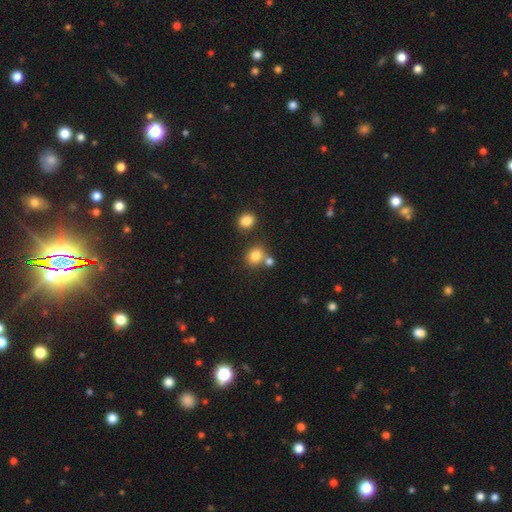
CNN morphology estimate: type=smooth (80%); roundness=round (62%); merging=none (58%).